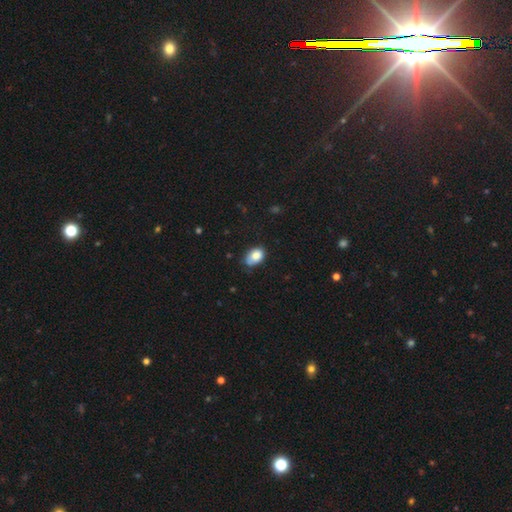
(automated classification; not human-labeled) This is clearly a smooth galaxy (82%). How rounded: clearly in between (83%). Merging: possibly none (58%).